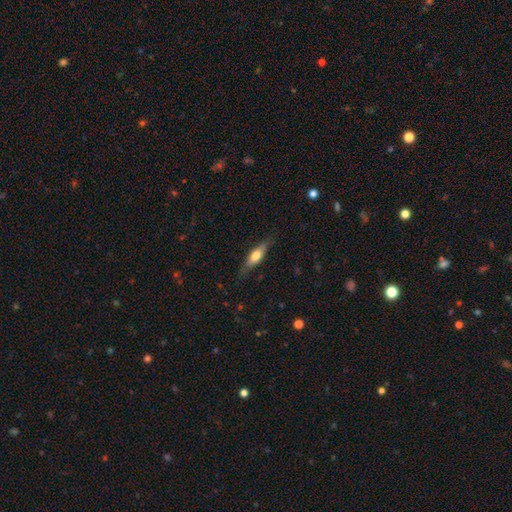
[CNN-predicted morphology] smooth 60%, featured or disk 34%, star or artifact 6%. Down the decision tree: how rounded — cigar-shaped (56%); merging — none (78%).